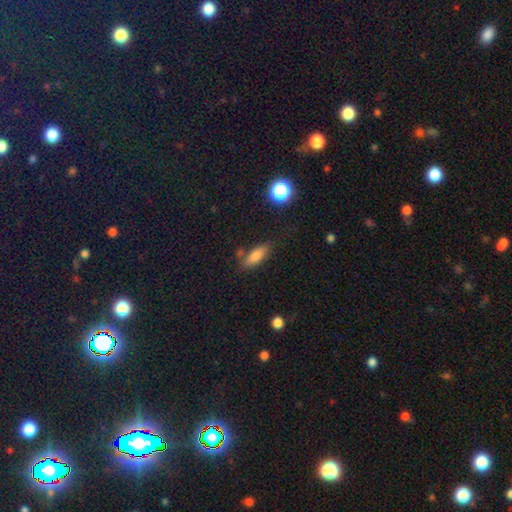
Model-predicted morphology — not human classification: This appears to be a smooth galaxy with no disk features (77%) that is in between round and cigar-shaped (66%). Merging: none (74%).